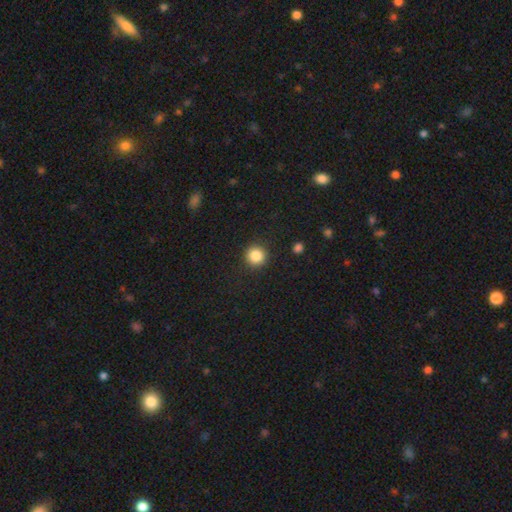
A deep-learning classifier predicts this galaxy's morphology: The model was most divided on "smooth or featured": smooth: 86%, star or artifact: 10%, featured or disk: 4%. More confident: how rounded — round (94%); merging — none (91%).